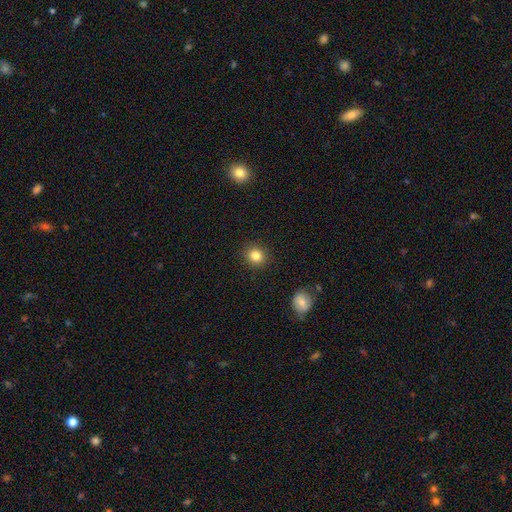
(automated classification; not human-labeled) Morphology: type=smooth (83%); roundness=round (83%); merging=none (90%).